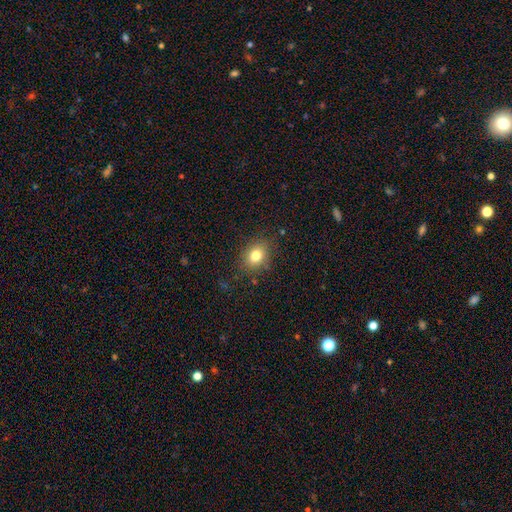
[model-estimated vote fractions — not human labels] smooth-or-featured: smooth: 79% | star or artifact: 12% | featured or disk: 9%
  how-rounded: in between: 50% | round: 48% | cigar-shaped: 1%
  merging: none: 83% | minor disturbance: 12% | major disturbance: 4% | merger: 1%